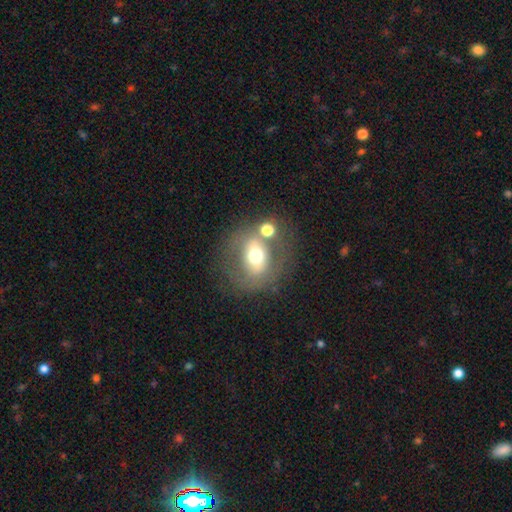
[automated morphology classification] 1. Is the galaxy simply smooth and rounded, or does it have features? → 47% smooth, 41% featured or disk, 12% star or artifact.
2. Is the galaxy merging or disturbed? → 60% none, 17% merger, 14% minor disturbance, 9% major disturbance.